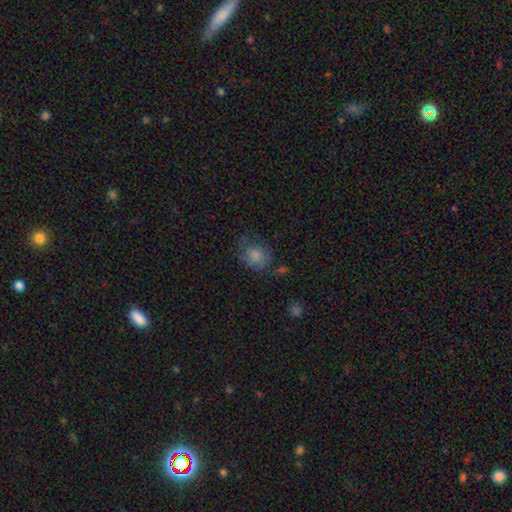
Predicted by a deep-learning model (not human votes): Smooth or featured: smooth — 80% (featured or disk — 11%)
How rounded: round — 67% (in between — 32%)
Merging: none — 52% (minor disturbance — 28%)